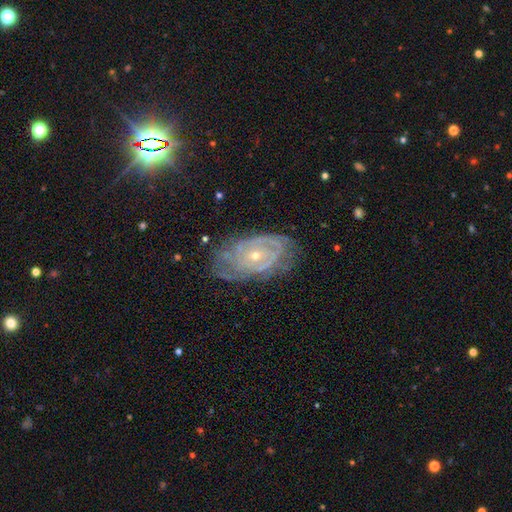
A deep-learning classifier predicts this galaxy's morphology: The model was most divided on "spiral arm count": can't tell: 46%, 2: 24%, 3: 13%, 4: 7%, 1: 5%, more than 4: 5%. More confident: edge-on disk — no (95%); spiral arms — yes (87%); smooth or featured — featured or disk (83%); bar — no (78%); spiral winding — tight (72%); bulge size — small (66%); merging — none (65%).